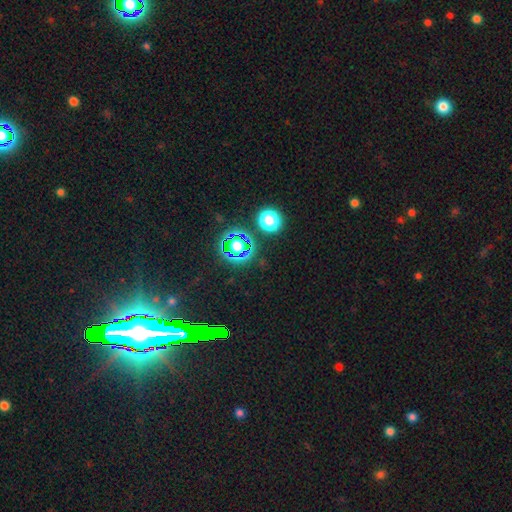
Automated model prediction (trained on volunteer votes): This appears to be a star or artifact, not a galaxy (82%).